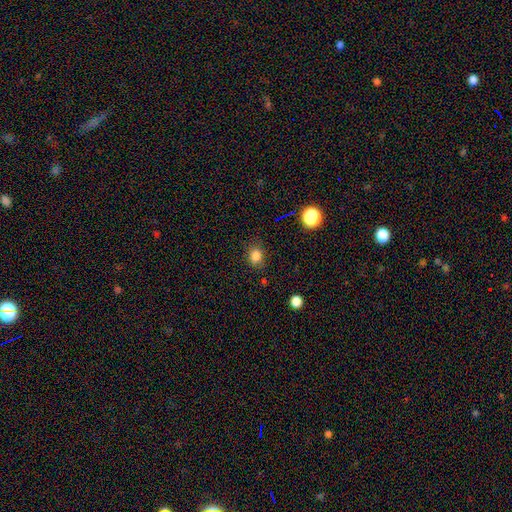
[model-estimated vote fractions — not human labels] Smooth or featured: smooth — 82% (star or artifact — 13%)
How rounded: round — 54% (in between — 45%)
Merging: none — 78% (minor disturbance — 16%)